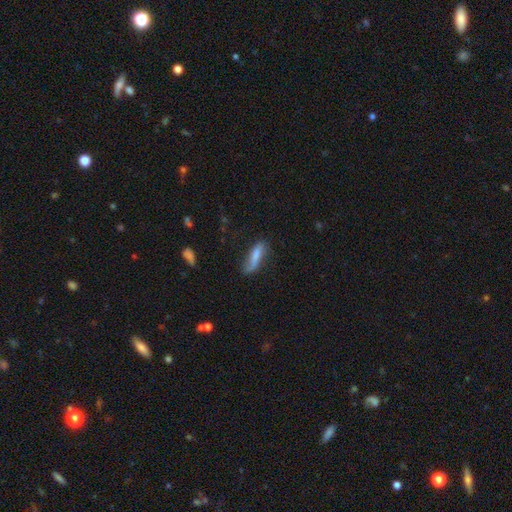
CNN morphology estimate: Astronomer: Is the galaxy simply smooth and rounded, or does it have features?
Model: smooth — 71%.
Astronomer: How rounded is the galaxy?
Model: cigar-shaped — 58% (runner-up: in between, 40%).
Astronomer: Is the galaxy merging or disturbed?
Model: none — 52% (runner-up: minor disturbance, 30%).